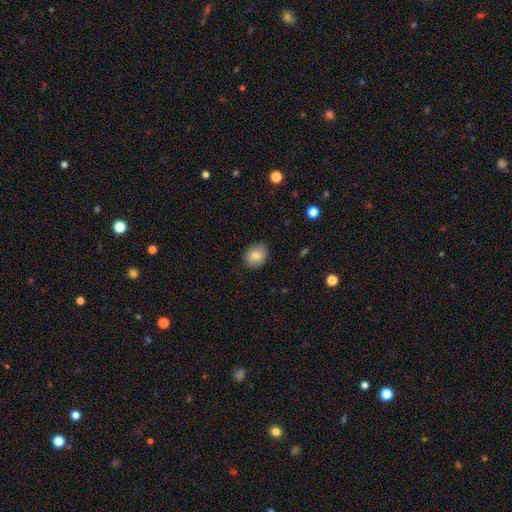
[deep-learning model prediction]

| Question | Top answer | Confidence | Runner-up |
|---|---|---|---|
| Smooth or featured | smooth | 80% | featured or disk (11%) |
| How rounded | round | 52% | in between (47%) |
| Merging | none | 88% | minor disturbance (9%) |